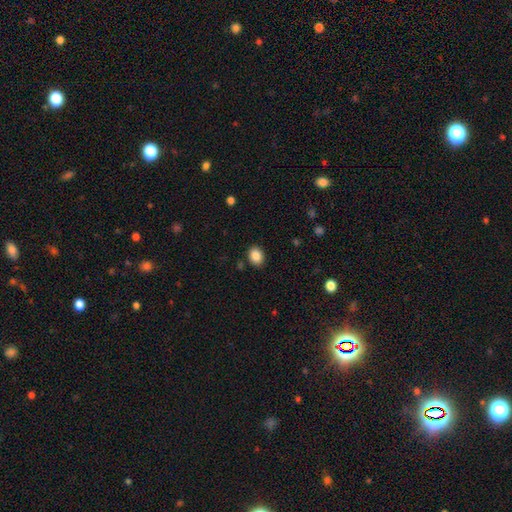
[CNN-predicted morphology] smooth 86%, star or artifact 9%, featured or disk 5%. Down the decision tree: how rounded — in between (58%); merging — none (88%).